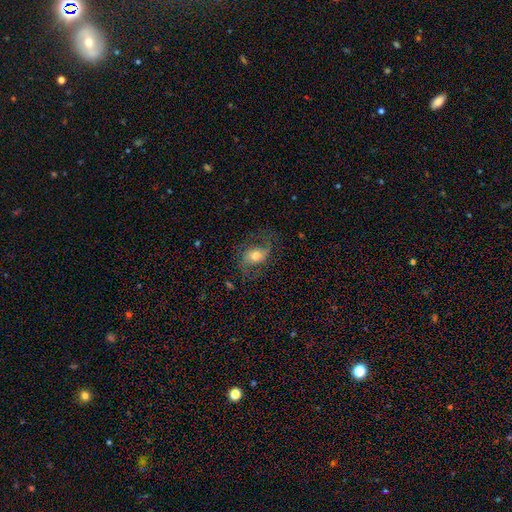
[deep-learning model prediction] featured or disk 65%, smooth 27%, star or artifact 9%. Down the decision tree: edge-on disk — no (96%); bar — no (46%); spiral arms — yes (88%); spiral arm count — 2 (88%); spiral winding — loose (49%); bulge size — moderate (63%); merging — none (65%).